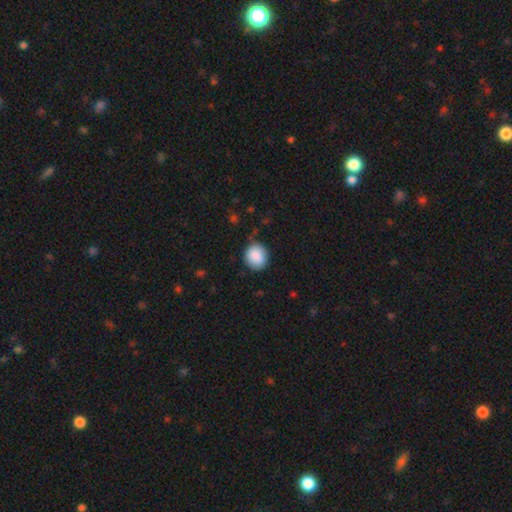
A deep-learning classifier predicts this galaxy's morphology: Smooth or featured? smooth (88%)
How rounded? round (82%)
Merging? none (84%)